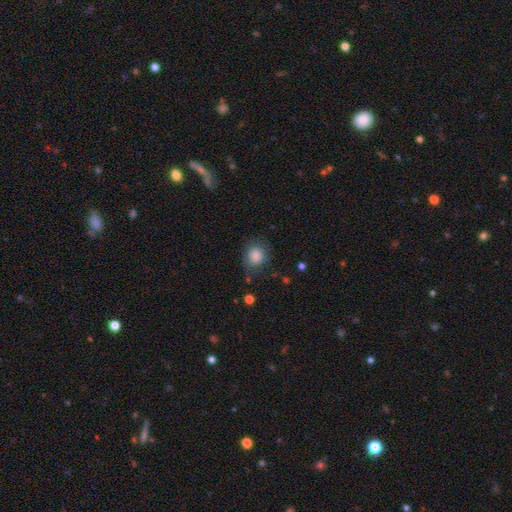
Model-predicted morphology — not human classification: smooth-or-featured: smooth: 84% | star or artifact: 8% | featured or disk: 8%
  how-rounded: round: 72% | in between: 27% | cigar-shaped: 1%
  merging: none: 67% | minor disturbance: 23% | major disturbance: 8% | merger: 2%